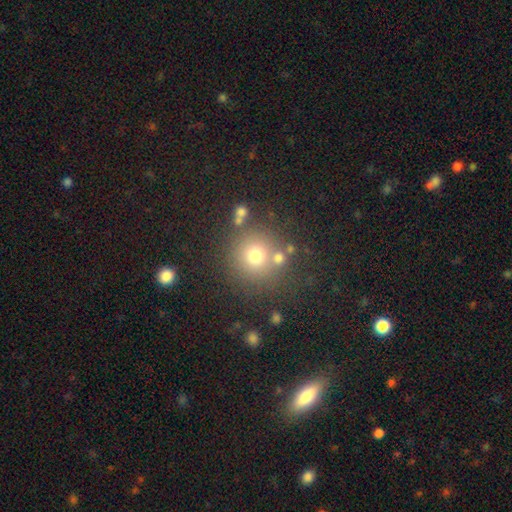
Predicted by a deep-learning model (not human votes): Overall: smooth (71%). How rounded: round (93%). Merging: none (75%).